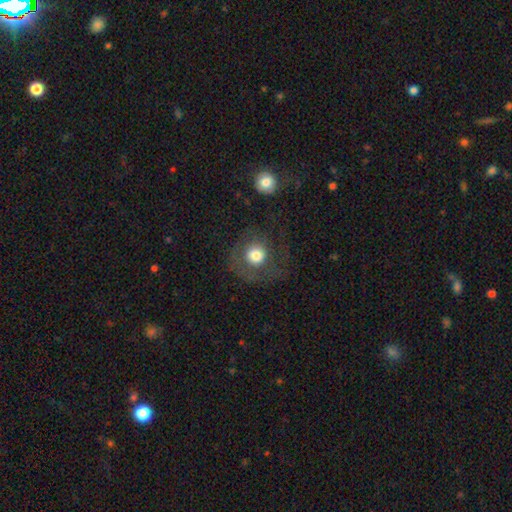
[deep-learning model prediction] Morphology: type=smooth (67%); roundness=round (90%); merging=none (57%).